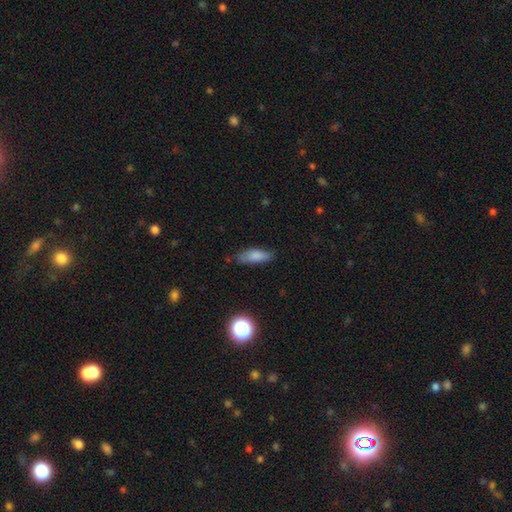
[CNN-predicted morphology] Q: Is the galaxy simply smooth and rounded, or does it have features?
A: smooth — 80%.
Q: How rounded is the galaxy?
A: in between — 61%.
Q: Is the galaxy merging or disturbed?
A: none — 73%.